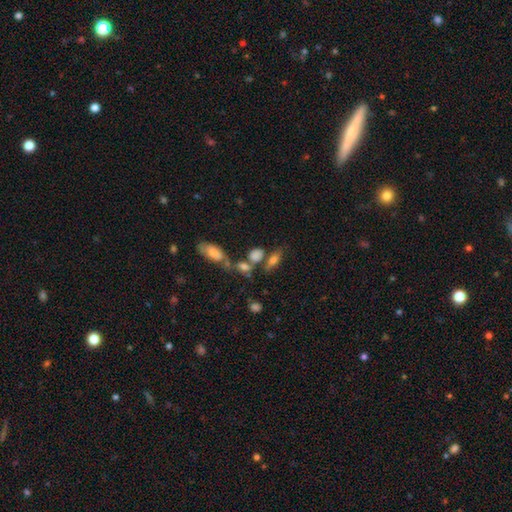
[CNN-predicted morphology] smooth 72%, featured or disk 15%, star or artifact 13%. Down the decision tree: how rounded — in between (69%); merging — none (46%).